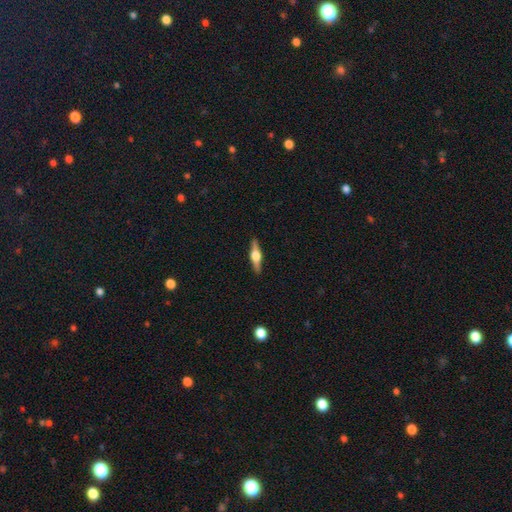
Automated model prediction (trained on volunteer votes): smooth-or-featured: featured or disk: 71% | smooth: 24% | star or artifact: 5%
  disk-edge-on: yes: 97% | no: 3%
    edge-on-bulge: rounded: 93% | boxy: 5% | none: 1%
  merging: none: 90% | minor disturbance: 7% | major disturbance: 2% | merger: 1%